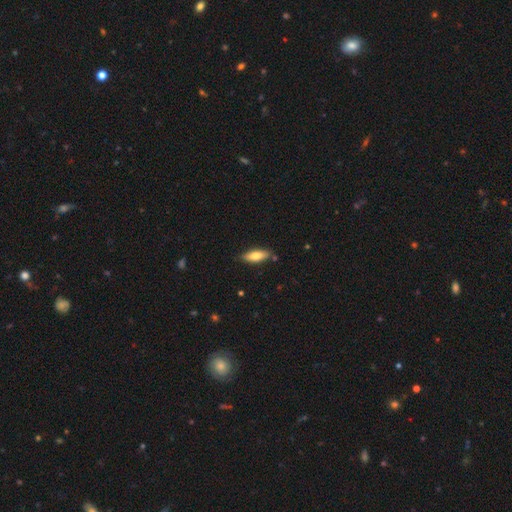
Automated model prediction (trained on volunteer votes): Morphology: type=smooth (75%); roundness=in between (61%); merging=none (81%).